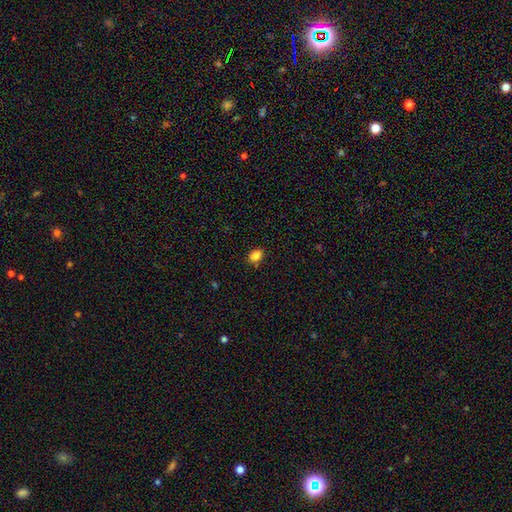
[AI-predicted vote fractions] Morphology: type=smooth (86%); roundness=in between (79%); merging=none (83%).